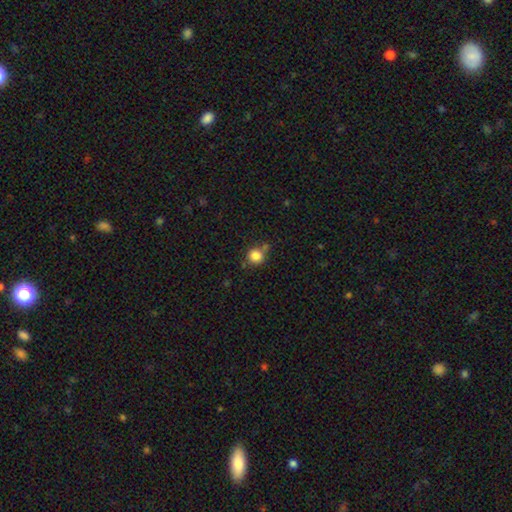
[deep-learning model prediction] This appears to be a smooth galaxy with no disk features (84%) that is round (90%). Merging: none (72%).